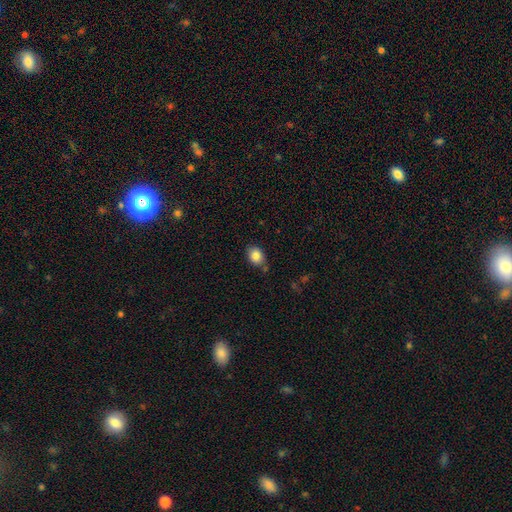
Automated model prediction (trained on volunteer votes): The model was most divided on "how rounded": in between: 59%, round: 40%, cigar-shaped: 1%. More confident: smooth or featured — smooth (86%); merging — none (72%).